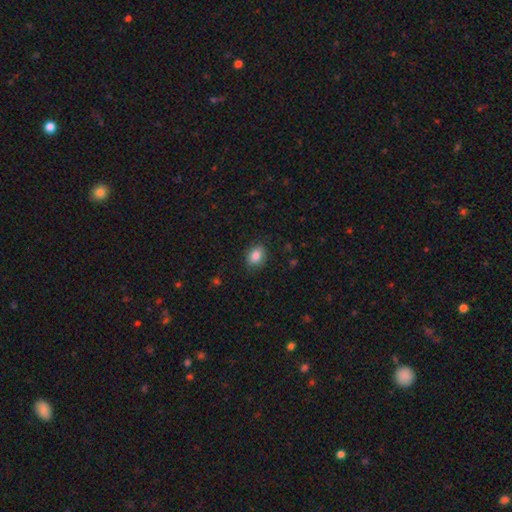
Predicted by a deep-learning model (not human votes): Overall: smooth (85%). How rounded: in between (64%; round 34%). Merging: none (85%).